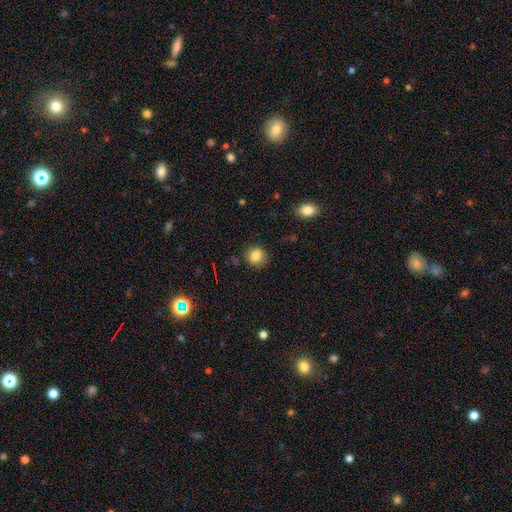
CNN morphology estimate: Smooth or featured? Predicted: smooth (p=0.84). How rounded? Predicted: round (p=0.80). Merging? Predicted: none (p=0.85).